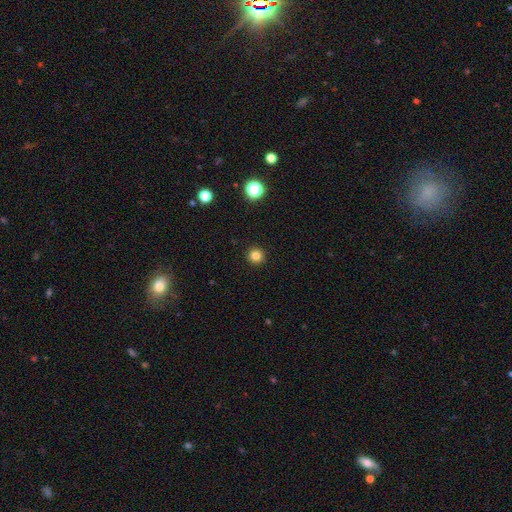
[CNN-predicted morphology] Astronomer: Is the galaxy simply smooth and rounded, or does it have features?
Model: smooth — 82%.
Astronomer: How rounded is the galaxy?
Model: round — 94%.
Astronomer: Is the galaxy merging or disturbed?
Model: none — 93%.